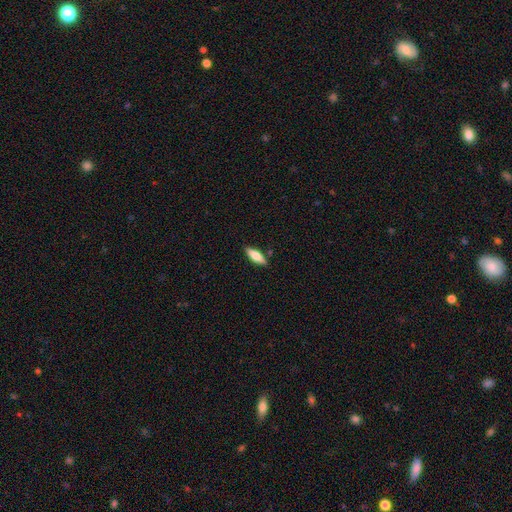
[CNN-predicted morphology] A smooth galaxy with no disk features (72%) that is in between round and cigar-shaped (59%).

Vote fractions:
- Smooth or featured? smooth: 72% / featured or disk: 22% / star or artifact: 6%
- How rounded? in between: 59% / cigar-shaped: 39% / round: 2%
- Merging? none: 84% / minor disturbance: 11% / merger: 2% / major disturbance: 2%